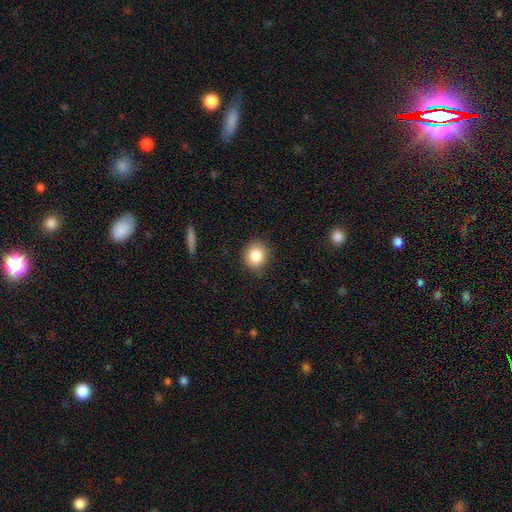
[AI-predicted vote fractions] smooth_or_featured: smooth (p=0.84) [alt: star or artifact p=0.09]
how_rounded: round (p=0.72) [alt: in between p=0.27]
merging: none (p=0.86) [alt: minor disturbance p=0.10]